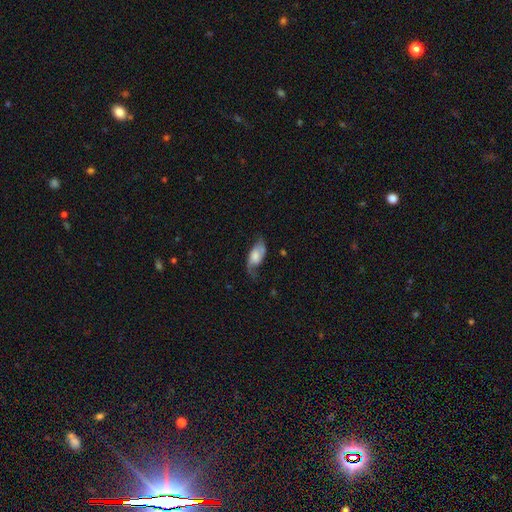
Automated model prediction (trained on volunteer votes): Overall: featured or disk (53%; smooth 40%). Edge-on disk: no (90%). Merging: none (48%; minor disturbance 28%).